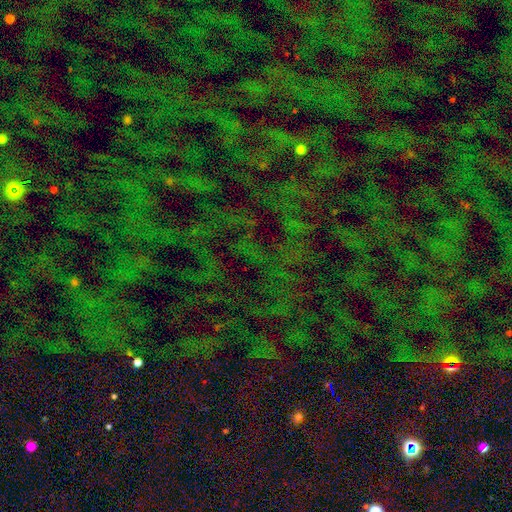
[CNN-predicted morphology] Smooth or featured? star or artifact (74%)